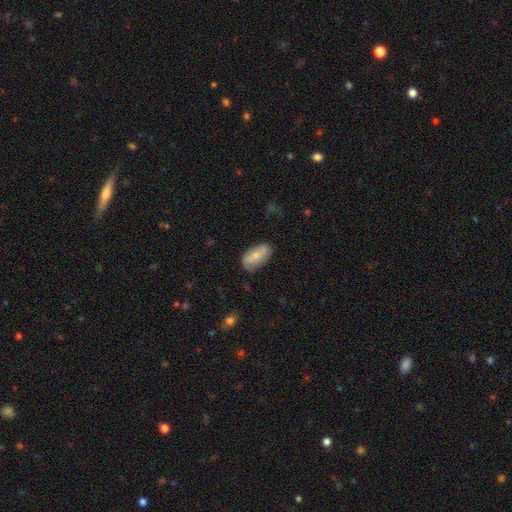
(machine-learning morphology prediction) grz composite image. It shows a smooth galaxy with no disk features (62%) that is in between round and cigar-shaped (92%). Merging: none (69%).